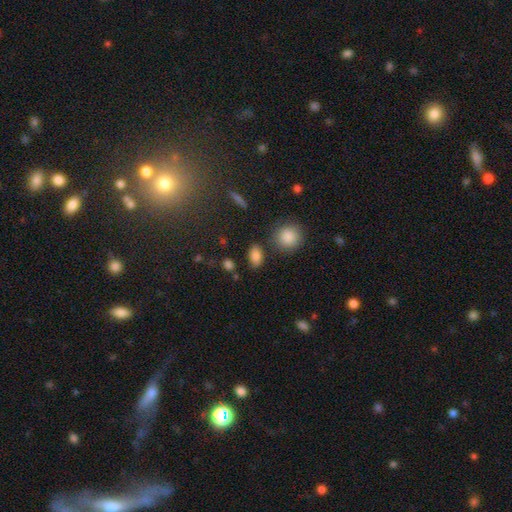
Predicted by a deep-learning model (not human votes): This appears to be a smooth galaxy with no disk features (84%) that is in between round and cigar-shaped (86%). Merging: none (79%).